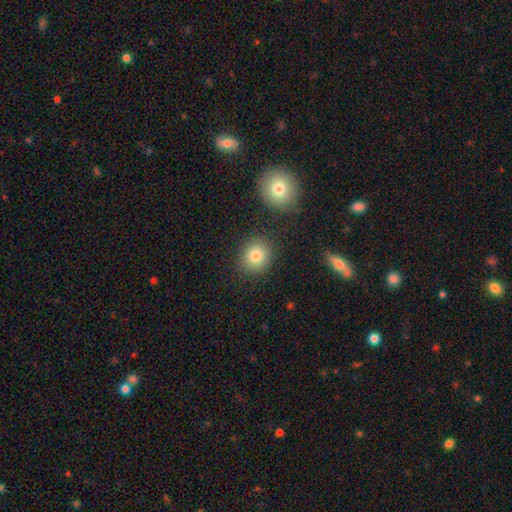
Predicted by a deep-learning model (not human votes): smooth-or-featured: smooth: 82% | star or artifact: 11% | featured or disk: 7%
  how-rounded: round: 78% | in between: 21% | cigar-shaped: 1%
  merging: none: 84% | minor disturbance: 8% | merger: 5% | major disturbance: 3%